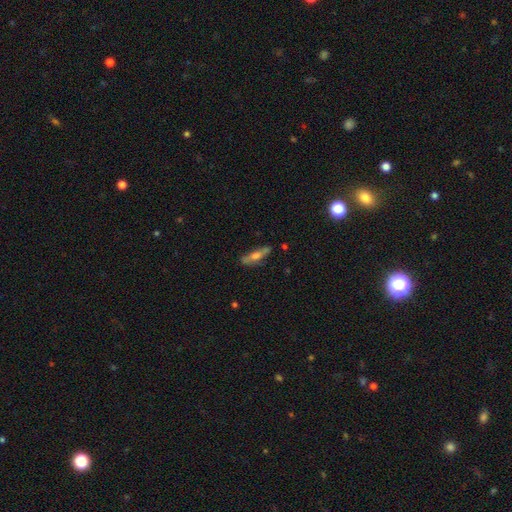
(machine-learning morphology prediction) featured or disk 47%, smooth 45%, star or artifact 8%. Down the decision tree: merging — none (73%).